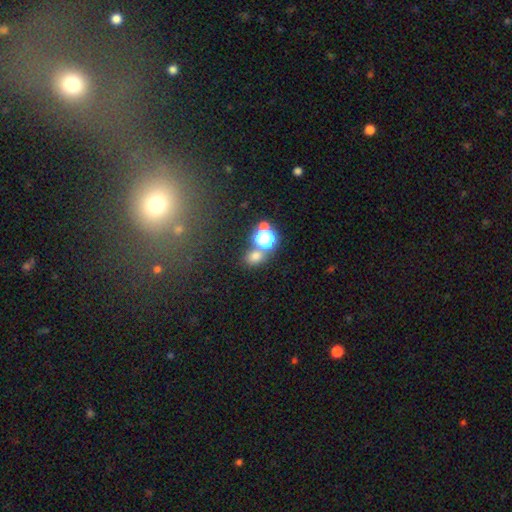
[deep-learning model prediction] smooth 67%, star or artifact 26%, featured or disk 7%. Down the decision tree: how rounded — round (61%); merging — none (65%).